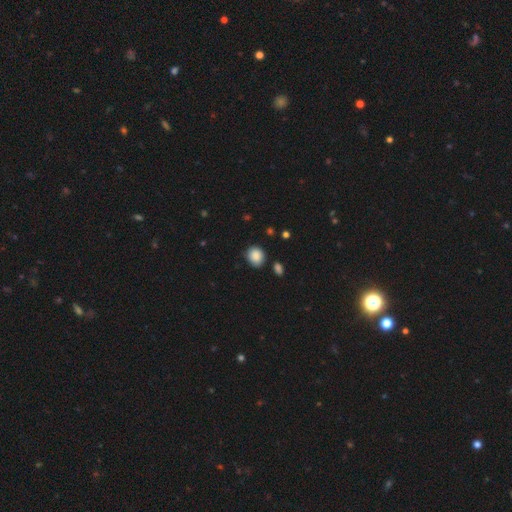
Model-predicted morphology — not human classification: smooth-or-featured: smooth: 88% | star or artifact: 8% | featured or disk: 4%
  how-rounded: round: 73% | in between: 26% | cigar-shaped: 1%
  merging: none: 79% | minor disturbance: 15% | merger: 3% | major disturbance: 3%